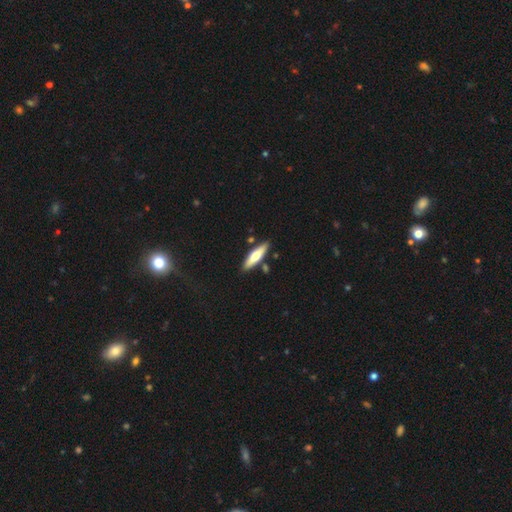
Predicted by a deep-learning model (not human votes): This is possibly a smooth galaxy (56%). How rounded: likely cigar-shaped (71%). Merging: clearly none (82%).